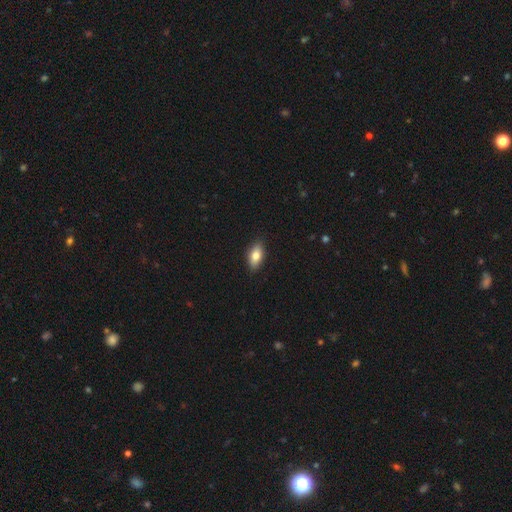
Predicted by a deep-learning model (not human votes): Morphology: type=smooth (78%); roundness=in between (87%); merging=none (88%).